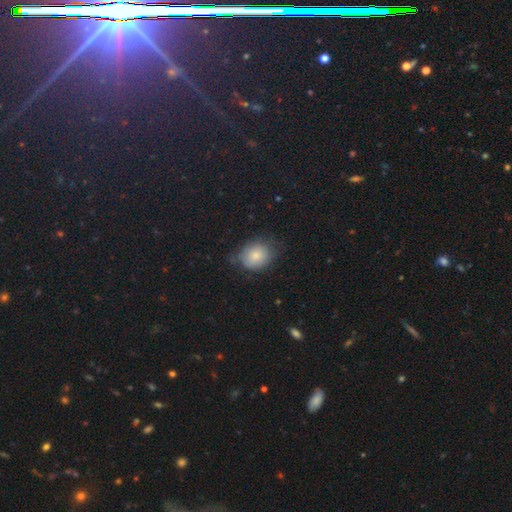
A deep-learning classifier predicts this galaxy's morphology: Smooth or featured: smooth — 79% (featured or disk — 13%)
How rounded: round — 58% (in between — 41%)
Merging: none — 58% (minor disturbance — 31%)